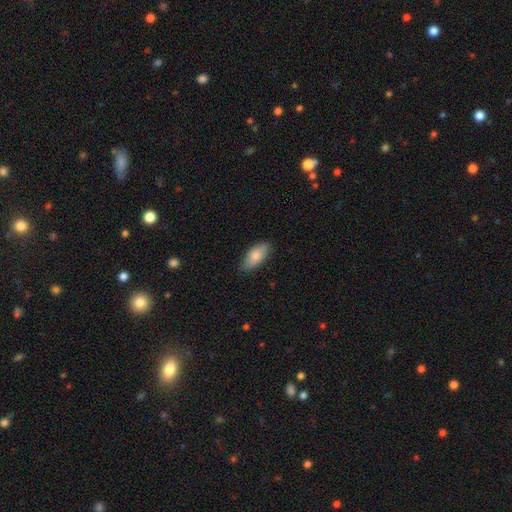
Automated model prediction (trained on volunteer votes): A smooth galaxy with no disk features (82%) that is in between round and cigar-shaped (89%).

Vote fractions:
- Smooth or featured? smooth: 82% / featured or disk: 12% / star or artifact: 6%
- How rounded? in between: 89% / cigar-shaped: 9% / round: 2%
- Merging? none: 82% / minor disturbance: 15% / major disturbance: 2% / merger: 1%